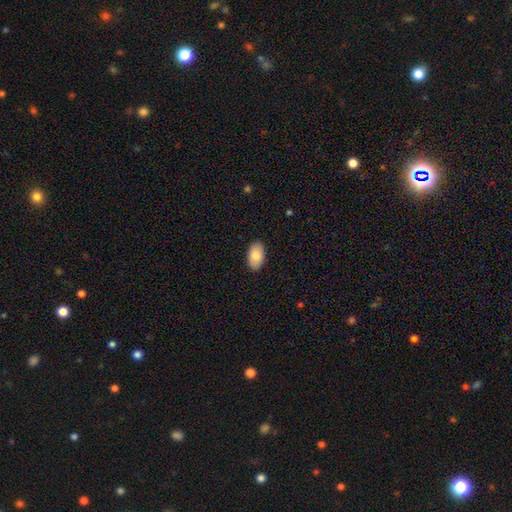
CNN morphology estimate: Smooth or featured? Predicted: smooth (p=0.85). How rounded? Predicted: in between (p=0.95). Merging? Predicted: none (p=0.89).